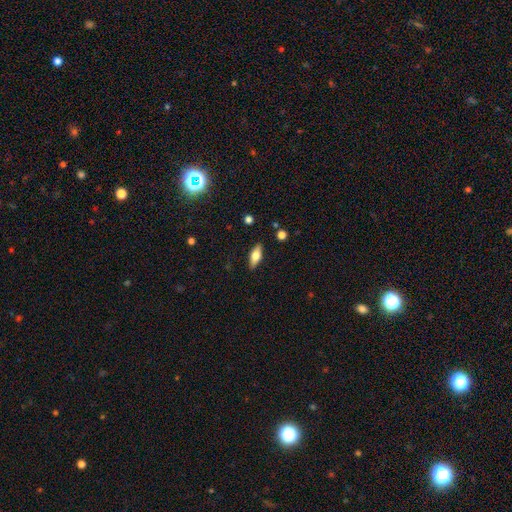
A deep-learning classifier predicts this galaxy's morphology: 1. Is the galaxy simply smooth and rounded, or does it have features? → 57% smooth, 36% featured or disk, 7% star or artifact.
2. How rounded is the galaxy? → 72% in between, 25% cigar-shaped, 3% round.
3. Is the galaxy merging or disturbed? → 88% none, 9% minor disturbance, 2% major disturbance, 1% merger.